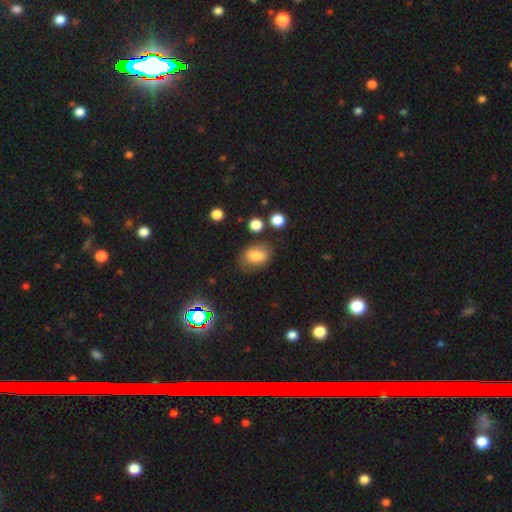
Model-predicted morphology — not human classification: This appears to be a smooth galaxy with no disk features (78%) that is in between round and cigar-shaped (75%). Merging: none (66%).